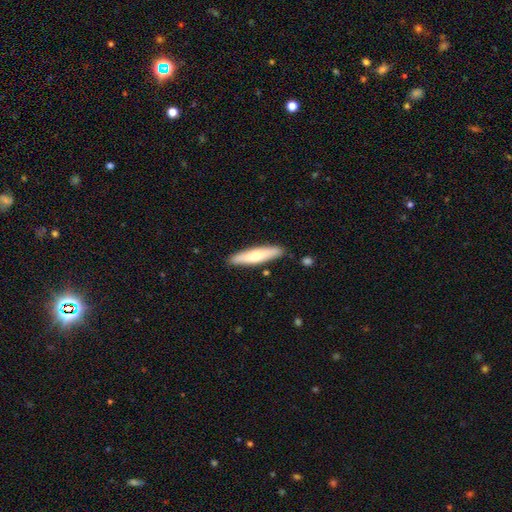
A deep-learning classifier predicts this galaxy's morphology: Smooth or featured: smooth — 58% (featured or disk — 37%)
How rounded: cigar-shaped — 81% (in between — 18%)
Merging: none — 87% (minor disturbance — 9%)